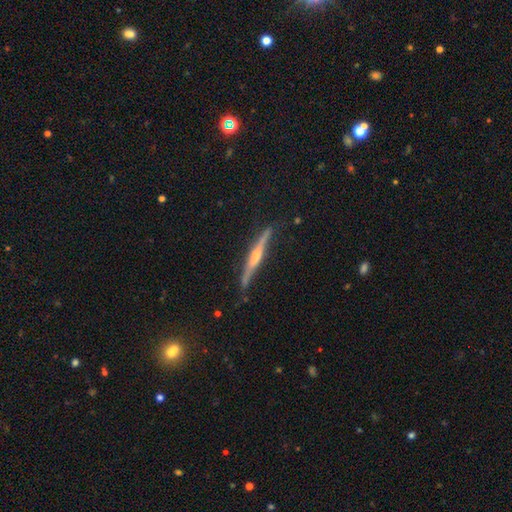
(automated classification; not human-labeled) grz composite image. It shows a featured or disk galaxy (76%) viewed edge-on (97%) with a rounded central bulge (73%). Merging: none (80%).